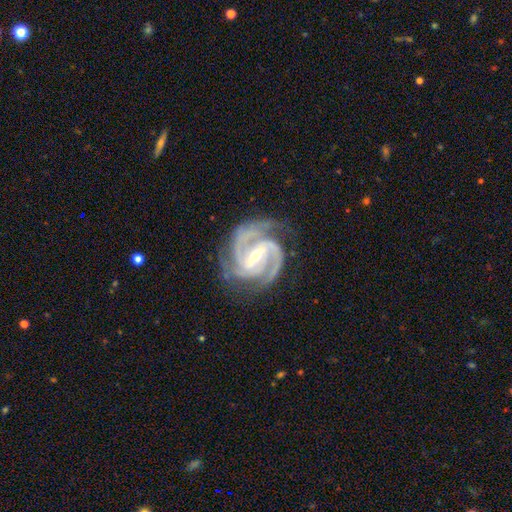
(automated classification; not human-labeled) This is clearly a featured or disk galaxy (94%). It is clearly not viewed edge-on (98%). Bar: likely strong (61%). Spiral arm pattern: clearly yes (99%). Spiral arm count: possibly 2 (51%). Spiral winding: possibly tight (47%, tied with medium). Central bulge: possibly small (59%). Merging: likely none (76%).